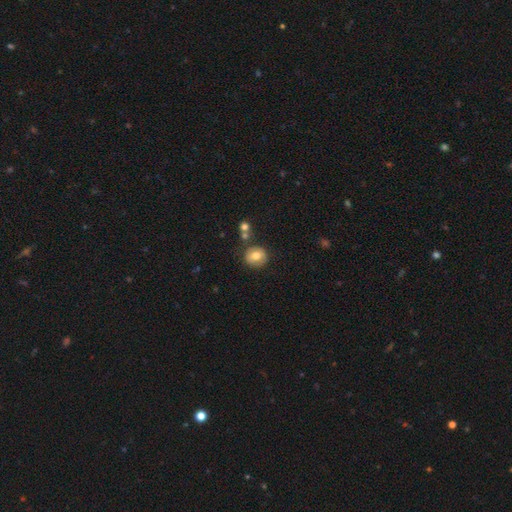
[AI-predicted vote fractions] Overall: smooth (72%). How rounded: round (80%). Merging: none (76%).